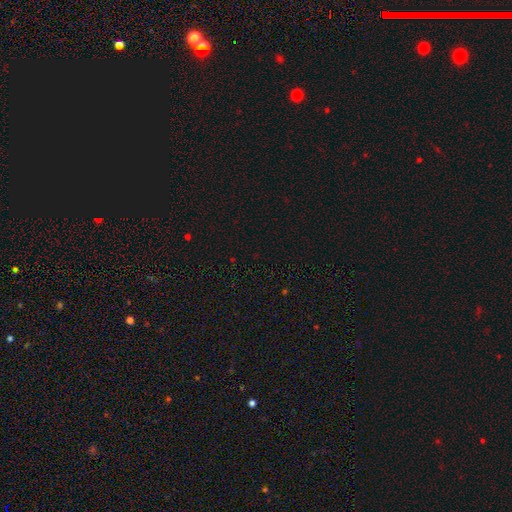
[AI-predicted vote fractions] star or artifact 70%, smooth 23%, featured or disk 7%.